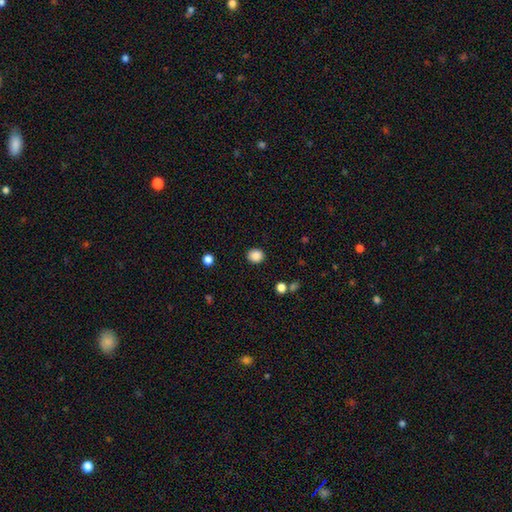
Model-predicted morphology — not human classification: Smooth or featured?
  - smooth: 87% *
  - star or artifact: 10%
  - featured or disk: 3%
How rounded?
  - round: 78% *
  - in between: 21%
  - cigar-shaped: 1%
Merging?
  - none: 89% *
  - minor disturbance: 7%
  - major disturbance: 2%
  - merger: 1%